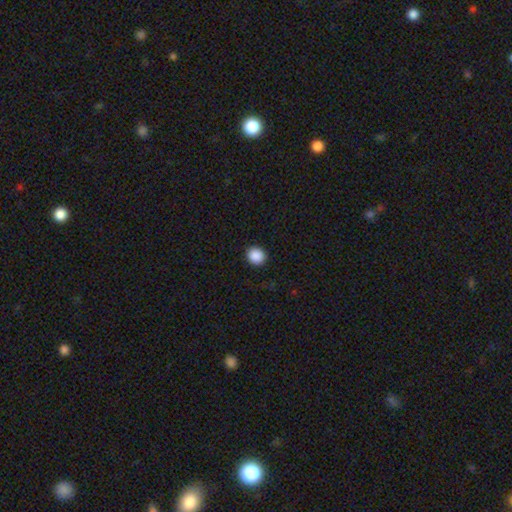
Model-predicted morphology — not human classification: This appears to be a smooth galaxy with no disk features (89%) that is round (85%). Merging: none (92%).